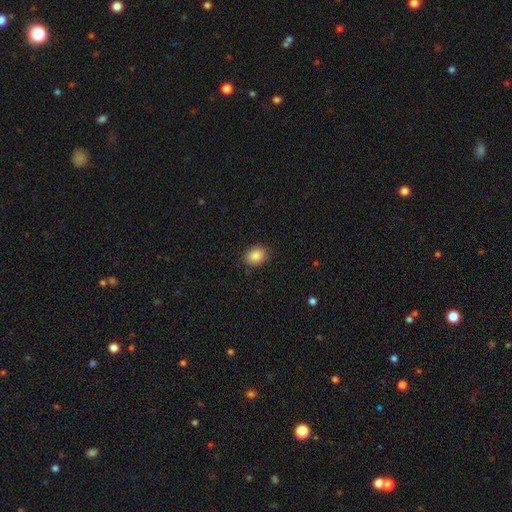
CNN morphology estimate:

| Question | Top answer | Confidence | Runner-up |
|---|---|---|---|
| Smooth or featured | smooth | 86% | star or artifact (9%) |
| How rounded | in between | 52% | round (48%) |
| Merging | none | 88% | minor disturbance (9%) |